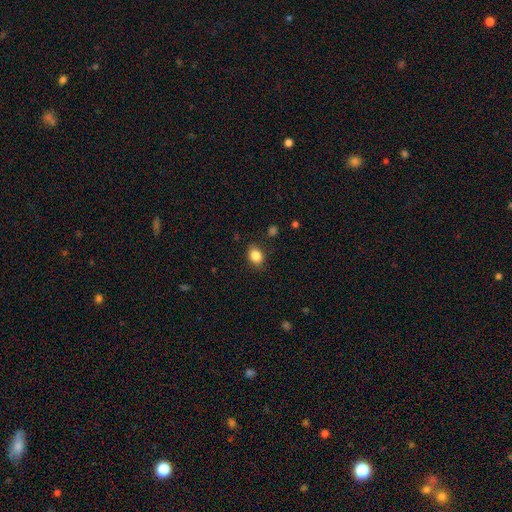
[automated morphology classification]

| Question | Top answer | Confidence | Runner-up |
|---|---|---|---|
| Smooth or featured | smooth | 85% | star or artifact (9%) |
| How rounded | in between | 57% | round (42%) |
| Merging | none | 84% | minor disturbance (12%) |